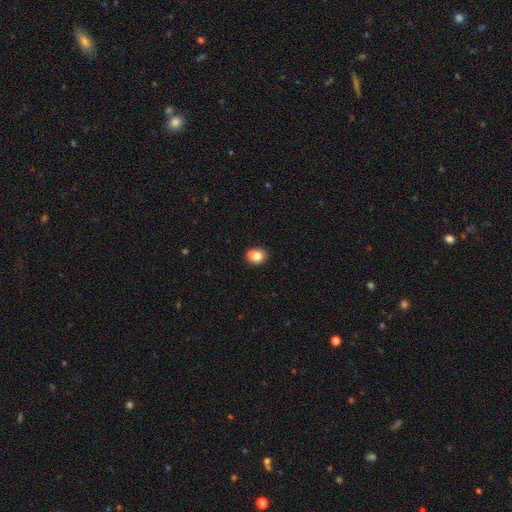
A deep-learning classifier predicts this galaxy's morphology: Smooth or featured: smooth — 75% (featured or disk — 15%)
How rounded: round — 68% (in between — 31%)
Merging: none — 45% (merger — 42%)